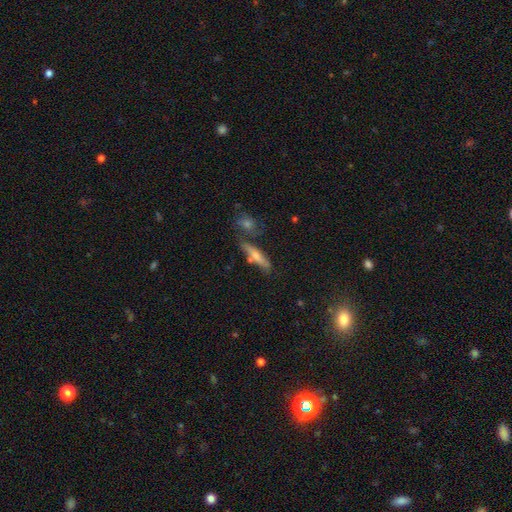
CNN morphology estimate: The model was most divided on "smooth or featured": smooth: 60%, featured or disk: 33%, star or artifact: 7%. More confident: how rounded — cigar-shaped (76%); merging — none (61%).